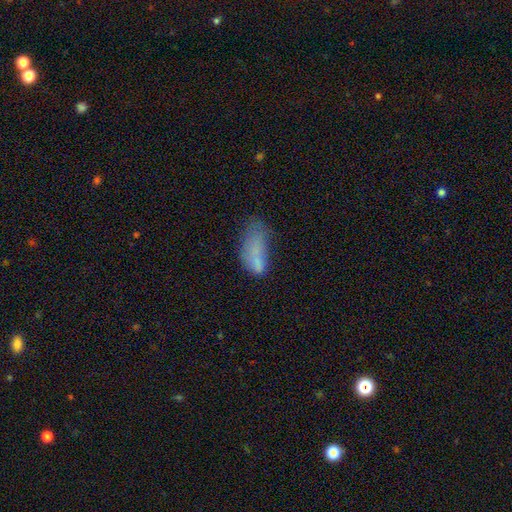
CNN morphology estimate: smooth_or_featured: smooth (p=0.67) [alt: featured or disk p=0.21]
how_rounded: in between (p=0.82) [alt: cigar-shaped p=0.14]
merging: major disturbance (p=0.34) [alt: minor disturbance p=0.29]